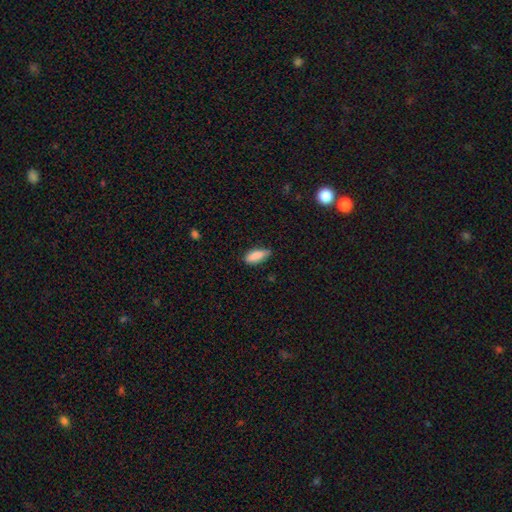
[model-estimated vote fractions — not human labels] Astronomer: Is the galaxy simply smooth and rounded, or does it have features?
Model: smooth — 85%.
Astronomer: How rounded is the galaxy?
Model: in between — 74%.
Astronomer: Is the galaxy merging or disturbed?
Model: none — 69%.